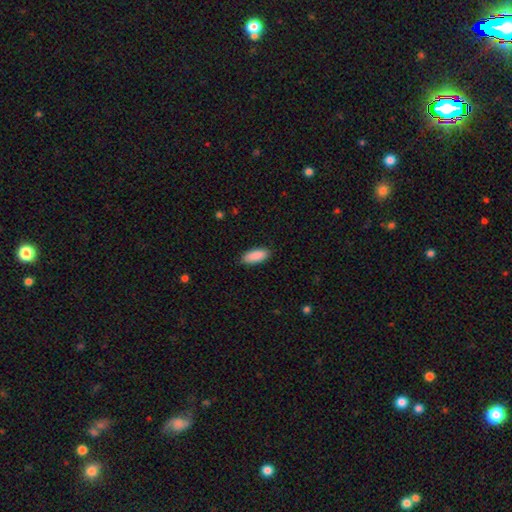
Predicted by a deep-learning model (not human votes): Morphology: type=smooth (91%); roundness=in between (80%); merging=none (88%).